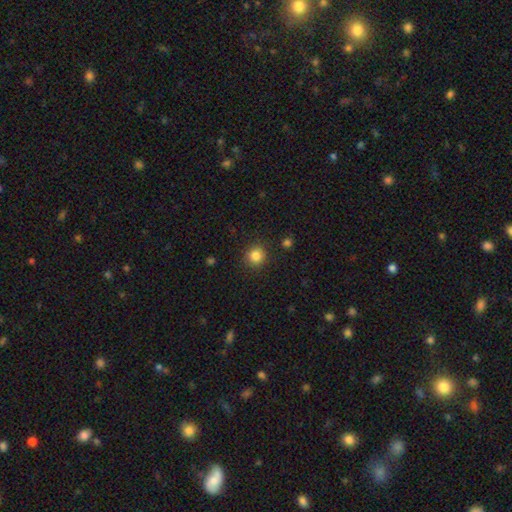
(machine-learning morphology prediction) smooth-or-featured: smooth: 84% | star or artifact: 11% | featured or disk: 5%
  how-rounded: round: 90% | in between: 9% | cigar-shaped: 1%
  merging: none: 89% | minor disturbance: 7% | major disturbance: 2% | merger: 2%